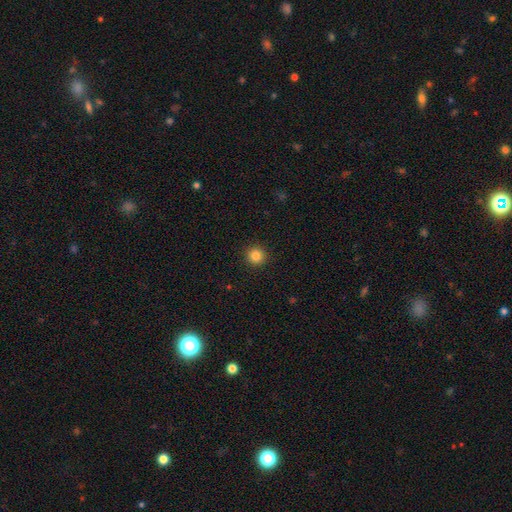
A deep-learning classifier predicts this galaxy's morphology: Smooth or featured?
  - smooth: 84% *
  - star or artifact: 12%
  - featured or disk: 4%
How rounded?
  - round: 95% *
  - in between: 4%
  - cigar-shaped: 1%
Merging?
  - none: 93% *
  - minor disturbance: 5%
  - major disturbance: 2%
  - merger: 1%